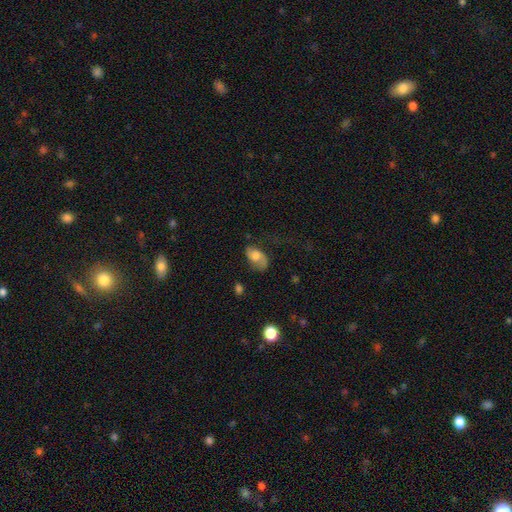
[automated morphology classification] Smooth or featured: smooth — 51% (featured or disk — 40%)
How rounded: in between — 89% (round — 9%)
Merging: none — 58% (minor disturbance — 26%)